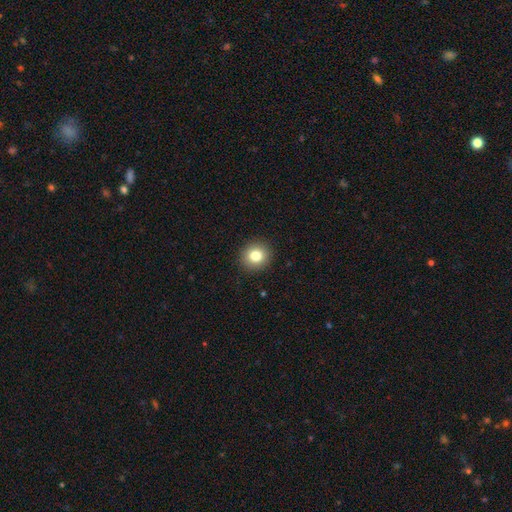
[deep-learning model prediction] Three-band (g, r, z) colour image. It shows a smooth galaxy with no disk features (81%) that is round (88%). Merging: none (92%).